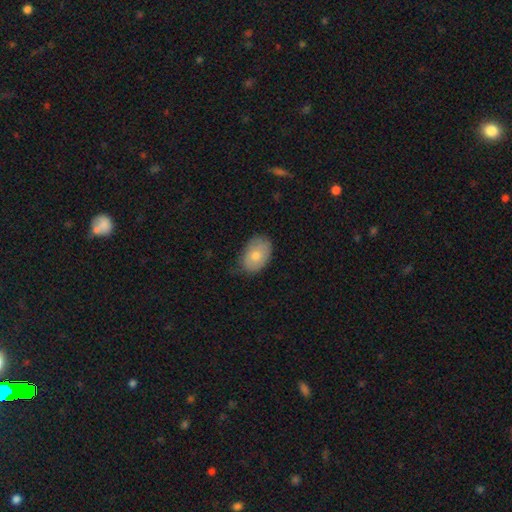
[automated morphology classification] Overall: smooth (72%). How rounded: in between (84%). Merging: none (71%).